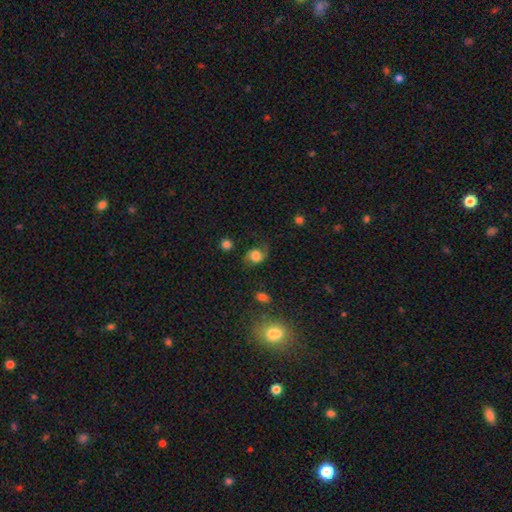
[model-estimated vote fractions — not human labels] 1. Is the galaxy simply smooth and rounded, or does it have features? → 45% smooth (tied), 45% featured or disk (tied), 10% star or artifact.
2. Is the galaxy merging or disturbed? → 68% none, 21% minor disturbance, 10% major disturbance, 2% merger.